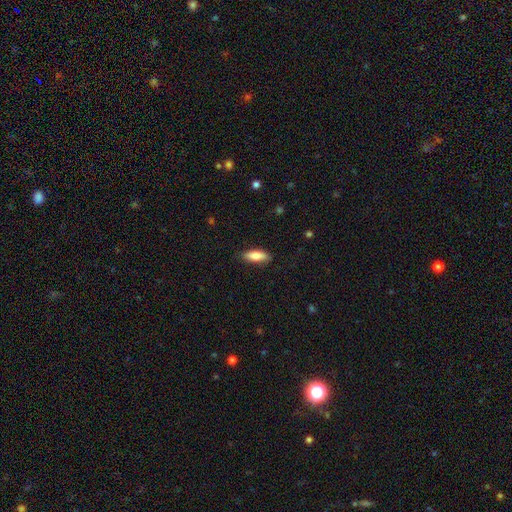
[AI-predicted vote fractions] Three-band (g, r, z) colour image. It shows a smooth galaxy with no disk features (80%) that is in between round and cigar-shaped (60%). Merging: none (85%).